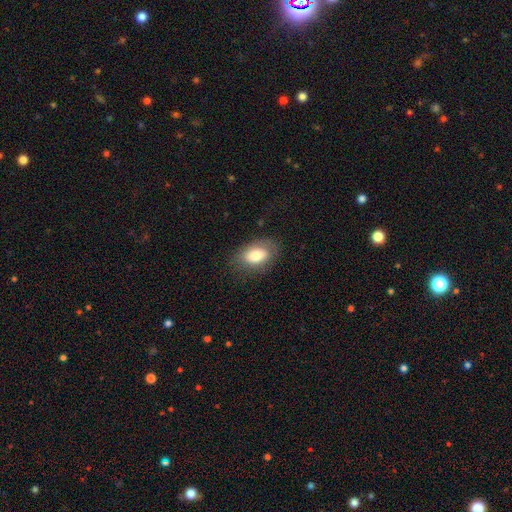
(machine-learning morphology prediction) A smooth galaxy with no disk features (76%) that is in between round and cigar-shaped (89%). Merging: none (77%).